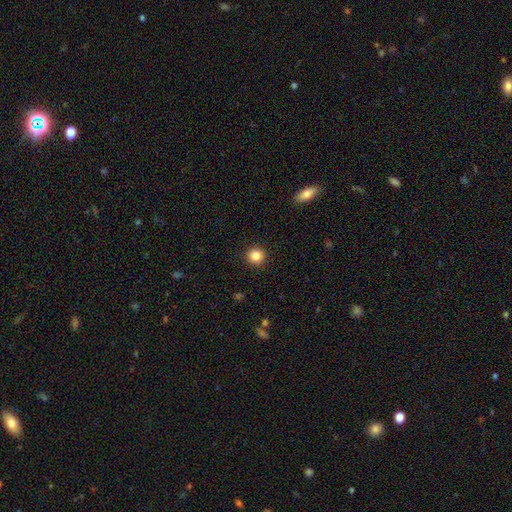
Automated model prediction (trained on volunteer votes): This is clearly a smooth galaxy (86%). How rounded: clearly round (94%). Merging: clearly none (92%).